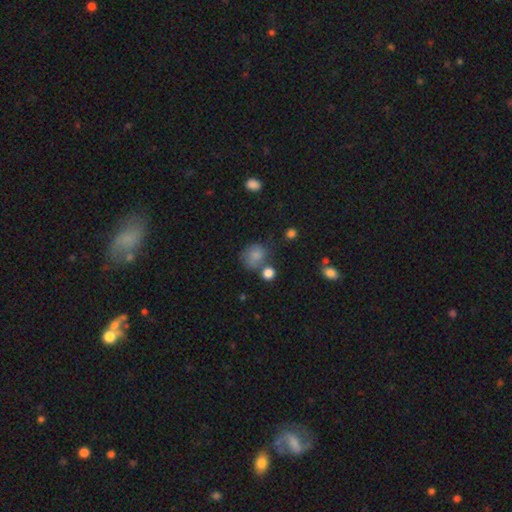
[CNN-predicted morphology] Smooth or featured?
  - smooth: 77% *
  - featured or disk: 12%
  - star or artifact: 11%
How rounded?
  - round: 67% *
  - in between: 32%
  - cigar-shaped: 1%
Merging?
  - none: 50% *
  - minor disturbance: 22%
  - merger: 16%
  - major disturbance: 11%